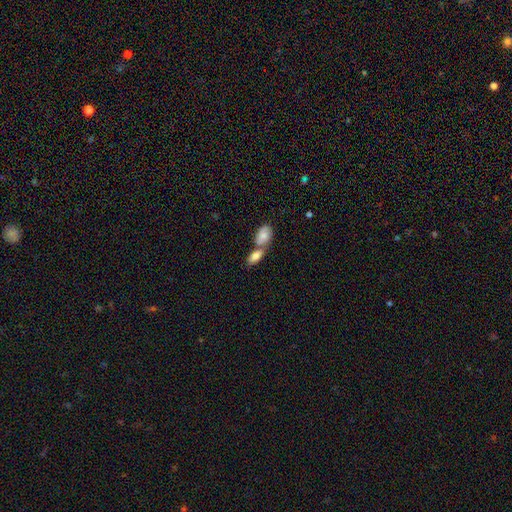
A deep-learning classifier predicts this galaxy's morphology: This is likely a smooth galaxy (80%). How rounded: clearly in between (88%). Merging: possibly merger (58%).